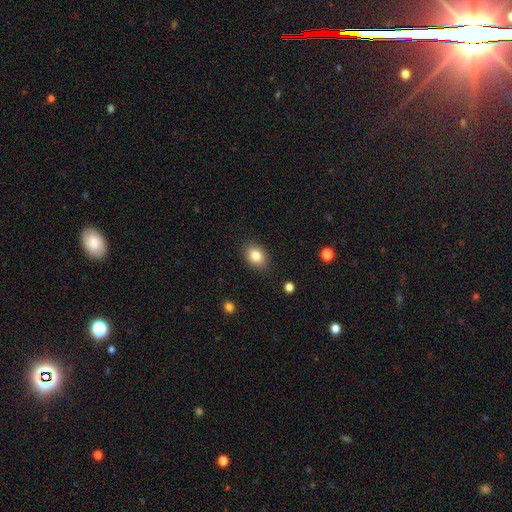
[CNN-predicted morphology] Smooth or featured?
  - smooth: 84% *
  - star or artifact: 9%
  - featured or disk: 7%
How rounded?
  - in between: 69% *
  - round: 30%
  - cigar-shaped: 1%
Merging?
  - none: 87% *
  - minor disturbance: 10%
  - major disturbance: 2%
  - merger: 1%